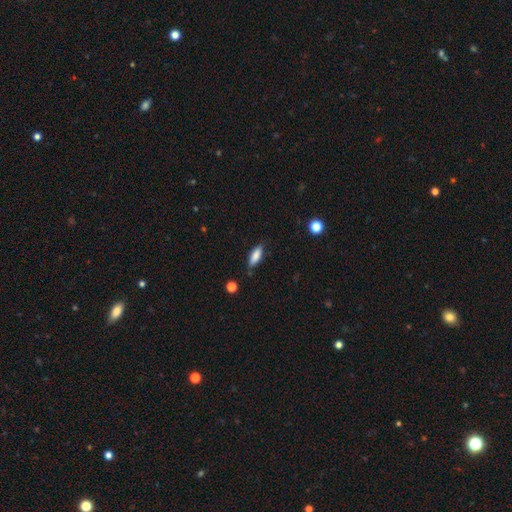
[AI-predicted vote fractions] Overall: smooth (80%). How rounded: in between (60%; cigar-shaped 38%). Merging: none (80%).